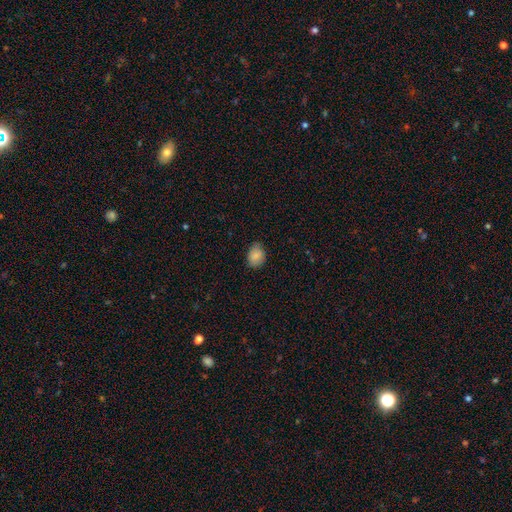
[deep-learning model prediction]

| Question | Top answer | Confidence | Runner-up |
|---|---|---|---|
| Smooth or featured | smooth | 86% | star or artifact (8%) |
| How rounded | in between | 62% | round (37%) |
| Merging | none | 75% | minor disturbance (20%) |